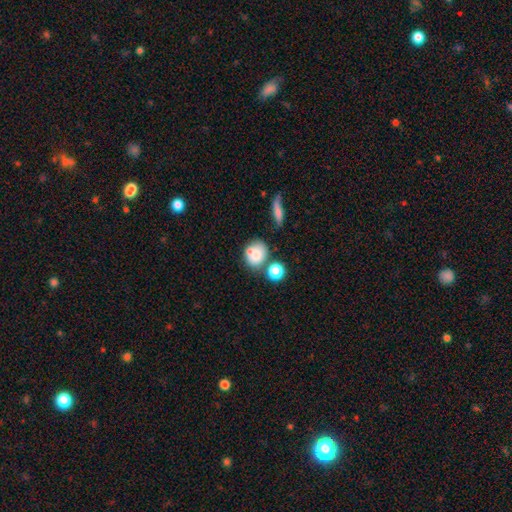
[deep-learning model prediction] Smooth or featured: smooth — 76% (featured or disk — 14%)
How rounded: round — 63% (in between — 35%)
Merging: none — 49% (merger — 30%)